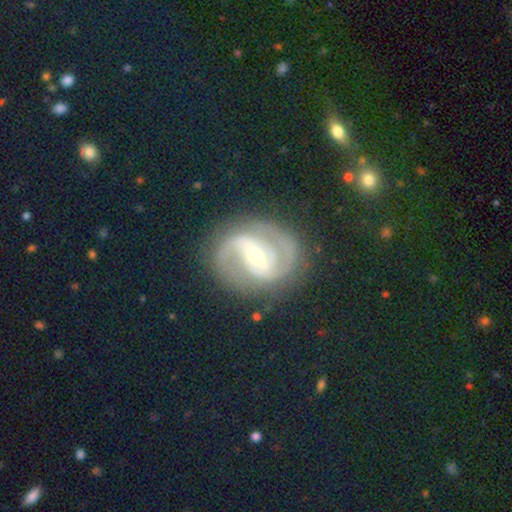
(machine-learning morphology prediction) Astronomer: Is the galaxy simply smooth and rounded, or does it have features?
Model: featured or disk — 87%.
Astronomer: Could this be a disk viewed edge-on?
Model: no — 97%.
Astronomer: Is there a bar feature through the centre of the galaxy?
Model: strong — 48% (runner-up: weak, 37%).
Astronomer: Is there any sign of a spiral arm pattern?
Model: yes — 96%.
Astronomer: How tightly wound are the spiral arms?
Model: medium — 51% (runner-up: tight, 37%).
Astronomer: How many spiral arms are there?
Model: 2 — 87%.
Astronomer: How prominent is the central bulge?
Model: small — 53% (runner-up: moderate, 43%).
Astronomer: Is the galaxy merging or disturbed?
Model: none — 80%.